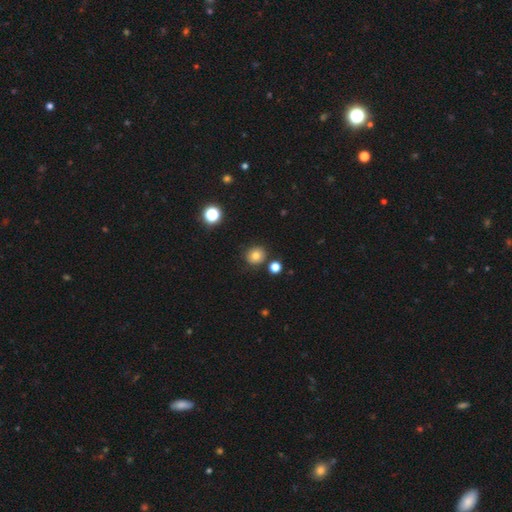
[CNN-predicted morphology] Smooth or featured? Predicted: smooth (p=0.78). How rounded? Predicted: round (p=0.86). Merging? Predicted: none (p=0.84).